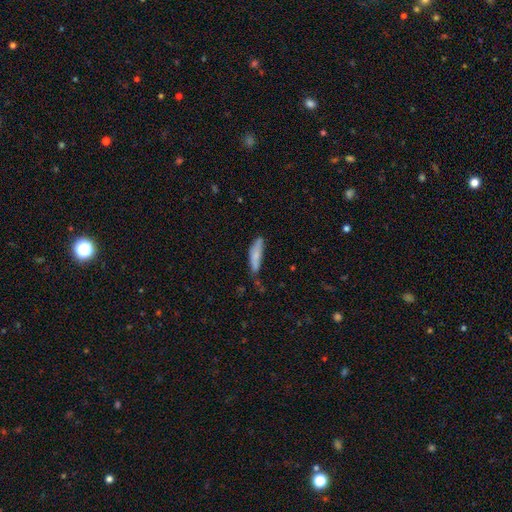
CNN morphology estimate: Smooth or featured? Predicted: smooth (p=0.77). How rounded? Predicted: cigar-shaped (p=0.67). Merging? Predicted: none (p=0.51).